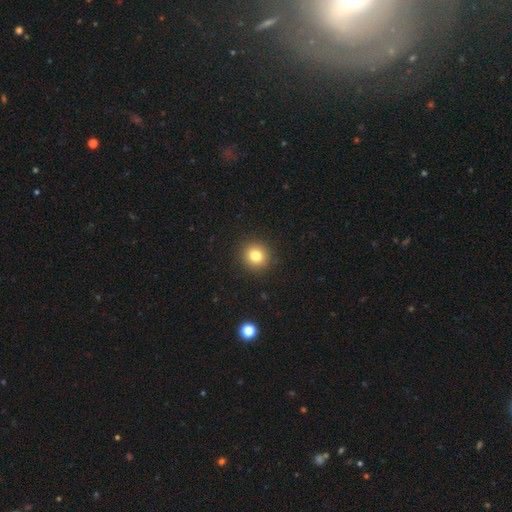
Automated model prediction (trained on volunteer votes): Smooth or featured?
  - smooth: 80% *
  - star or artifact: 12%
  - featured or disk: 7%
How rounded?
  - round: 90% *
  - in between: 9%
  - cigar-shaped: 1%
Merging?
  - none: 92% *
  - minor disturbance: 5%
  - major disturbance: 2%
  - merger: 1%